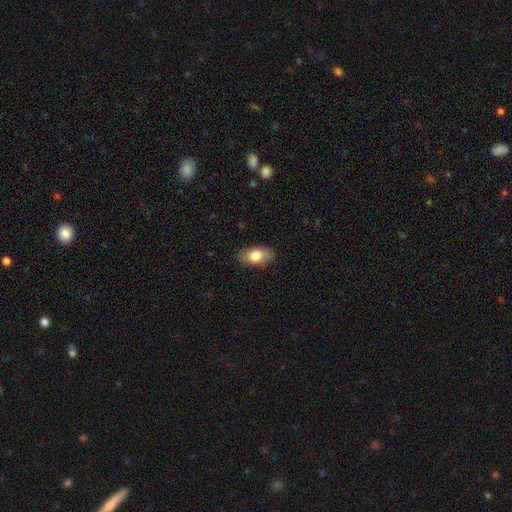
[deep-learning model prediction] smooth_or_featured: smooth (p=0.77) [alt: featured or disk p=0.17]
how_rounded: in between (p=0.91) [alt: round p=0.05]
merging: none (p=0.84) [alt: minor disturbance p=0.12]